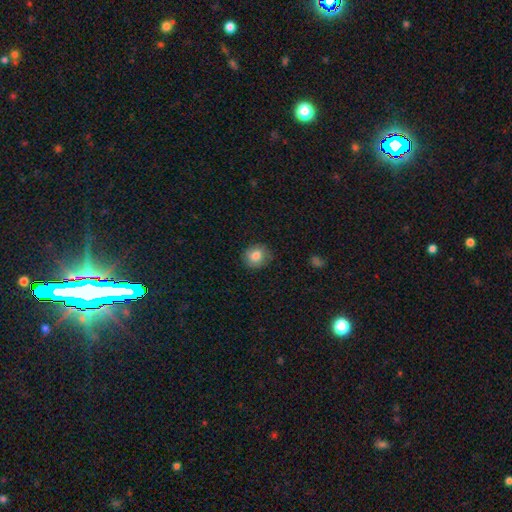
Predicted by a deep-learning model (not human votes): smooth_or_featured: smooth (p=0.83) [alt: star or artifact p=0.09]
how_rounded: round (p=0.80) [alt: in between p=0.19]
merging: none (p=0.84) [alt: minor disturbance p=0.13]